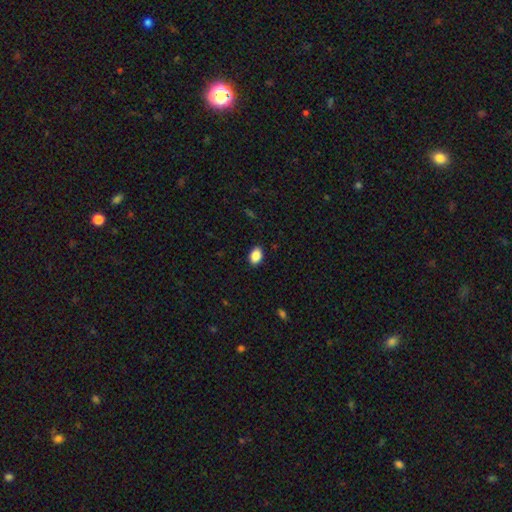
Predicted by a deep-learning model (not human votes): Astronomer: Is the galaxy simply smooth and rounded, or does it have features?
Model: smooth — 88%.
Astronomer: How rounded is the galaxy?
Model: in between — 85%.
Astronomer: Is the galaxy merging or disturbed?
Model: none — 89%.